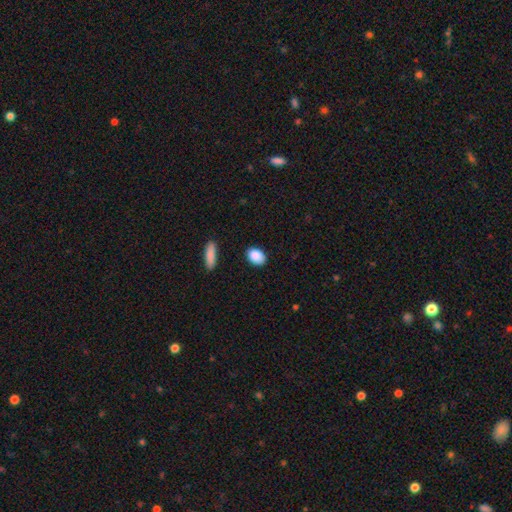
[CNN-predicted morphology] smooth 89%, star or artifact 7%, featured or disk 4%. Down the decision tree: how rounded — in between (80%); merging — none (87%).